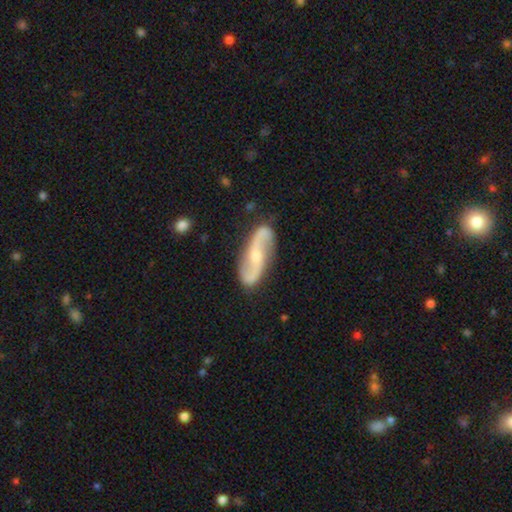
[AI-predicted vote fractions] smooth-or-featured: featured or disk: 87% | smooth: 8% | star or artifact: 4%
  disk-edge-on: no: 95% | yes: 5%
    bar: no: 47% | weak: 37% | strong: 16%
    has-spiral-arms: yes: 97% | no: 3%
      spiral-winding: loose: 57% | medium: 33% | tight: 9%
      spiral-arm-count: 2: 94% | can't tell: 2% | 1: 1% | 3: 1% | 4: 1% | more than 4: 1%
    bulge-size: small: 52% | moderate: 39% | none: 6% | large: 2% | dominant: 1%
  merging: none: 85% | minor disturbance: 11% | major disturbance: 3% | merger: 2%